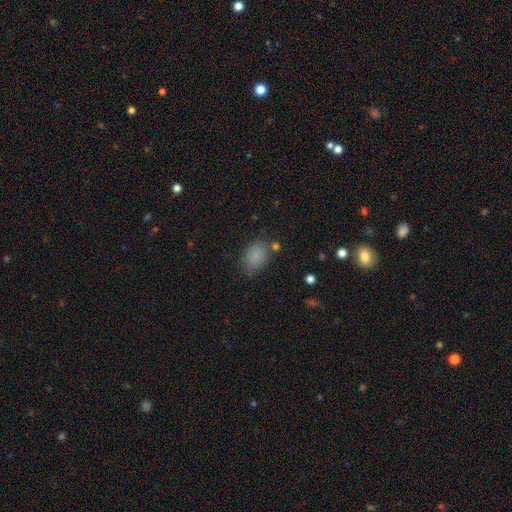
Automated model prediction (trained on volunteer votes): Q: Smooth or featured?
A: smooth (84%); runner-up: star or artifact (10%)
Q: How rounded?
A: in between (78%); runner-up: round (21%)
Q: Merging?
A: none (75%); runner-up: minor disturbance (17%)